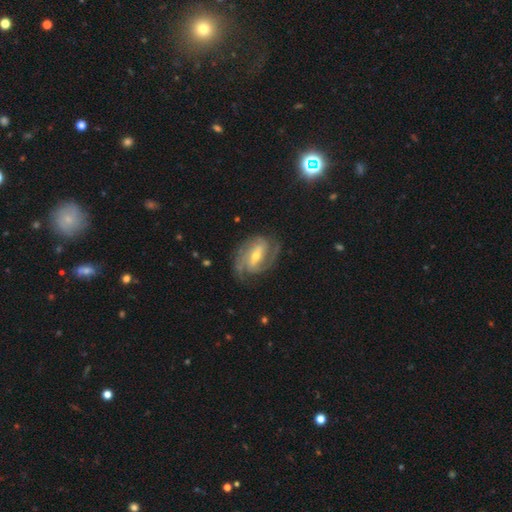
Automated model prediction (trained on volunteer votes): Smooth or featured?
  - featured or disk: 90% *
  - smooth: 6%
  - star or artifact: 4%
Edge-on disk?
  - no: 97% *
  - yes: 3%
Bar?
  - strong: 45% *
  - weak: 39%
  - no: 15%
Spiral arms?
  - yes: 97% *
  - no: 3%
Spiral winding?
  - tight: 48% *
  - medium: 42%
  - loose: 10%
Spiral arm count?
  - 2: 61% *
  - 3: 20%
  - can't tell: 9%
  - 4: 4%
  - 1: 3%
  - more than 4: 3%
Bulge size?
  - moderate: 55% *
  - small: 40%
  - large: 3%
  - none: 1%
  - dominant: 1%
Merging?
  - none: 76% *
  - minor disturbance: 16%
  - major disturbance: 7%
  - merger: 1%